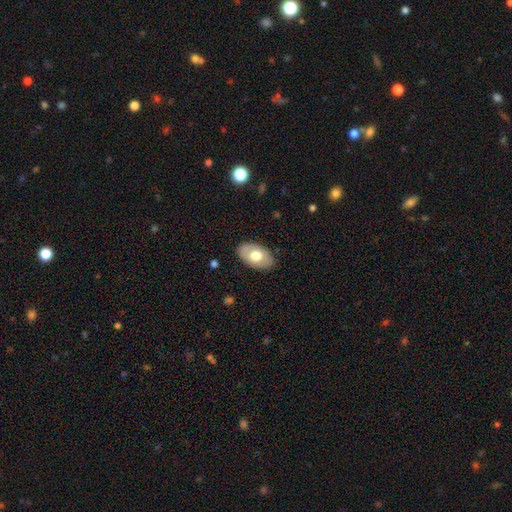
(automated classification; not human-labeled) smooth 61%, featured or disk 33%, star or artifact 6%. Down the decision tree: how rounded — in between (92%); merging — none (84%).